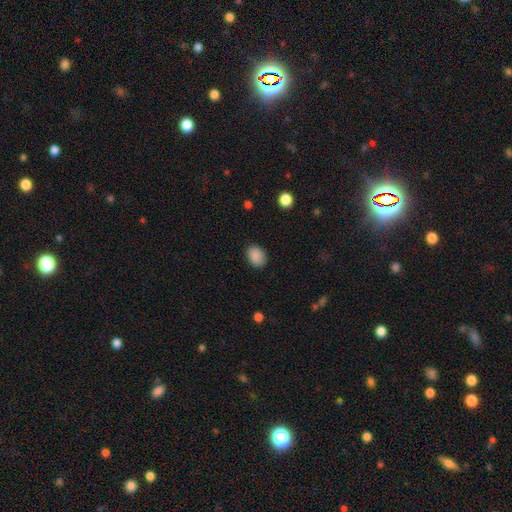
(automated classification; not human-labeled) Smooth or featured: smooth — 88% (star or artifact — 8%)
How rounded: in between — 66% (round — 33%)
Merging: none — 86% (minor disturbance — 11%)